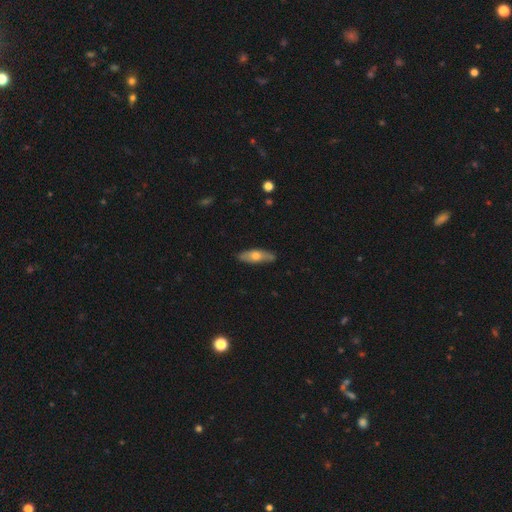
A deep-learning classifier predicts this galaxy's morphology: smooth 54%, featured or disk 40%, star or artifact 6%. Down the decision tree: how rounded — in between (51%); merging — none (83%).